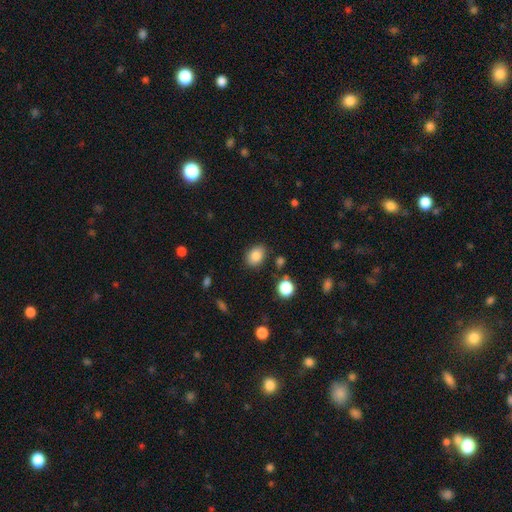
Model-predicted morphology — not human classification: Smooth or featured?
  - smooth: 83% *
  - star or artifact: 10%
  - featured or disk: 7%
How rounded?
  - in between: 61% *
  - round: 38%
  - cigar-shaped: 1%
Merging?
  - none: 82% *
  - minor disturbance: 12%
  - major disturbance: 3%
  - merger: 3%